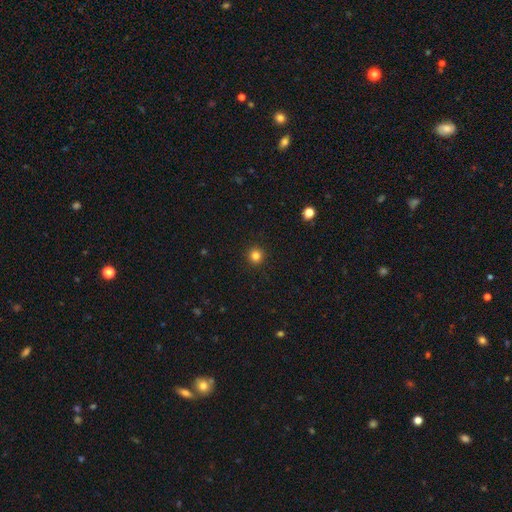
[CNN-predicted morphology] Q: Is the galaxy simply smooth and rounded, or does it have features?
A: smooth — 82%.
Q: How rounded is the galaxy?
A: round — 95%.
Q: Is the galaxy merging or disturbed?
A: none — 93%.